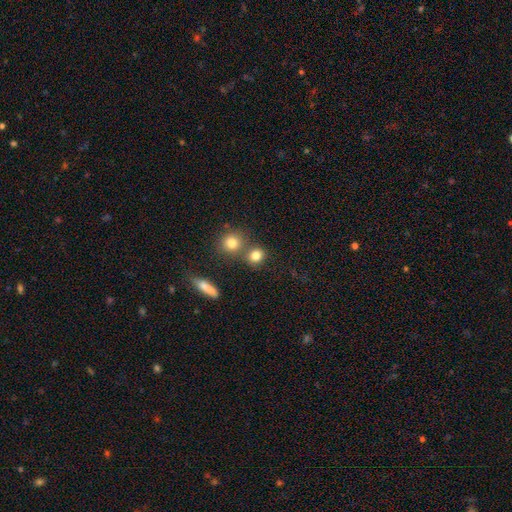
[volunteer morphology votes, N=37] This appears to be a smooth galaxy with no disk features (92%) that is round (82%). Merging: none (65%).